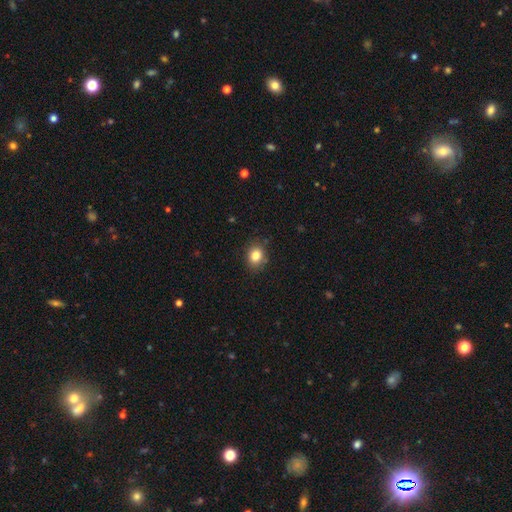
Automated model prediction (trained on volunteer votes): Q: Smooth or featured?
A: smooth (83%); runner-up: star or artifact (11%)
Q: How rounded?
A: round (55%); runner-up: in between (44%)
Q: Merging?
A: none (85%); runner-up: minor disturbance (11%)